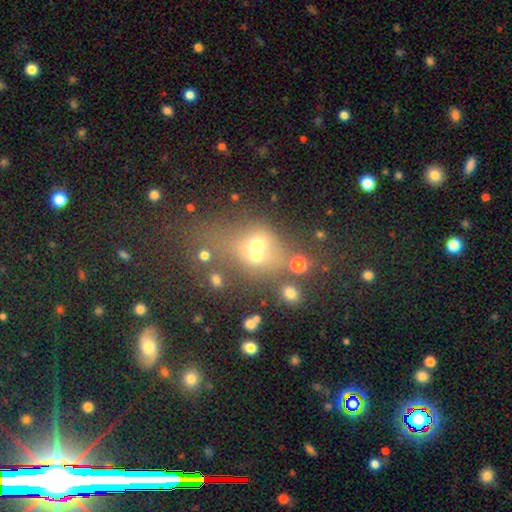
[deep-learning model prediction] smooth_or_featured: smooth (p=0.59) [alt: star or artifact p=0.23]
how_rounded: round (p=0.60) [alt: in between p=0.38]
merging: merger (p=0.52) [alt: none p=0.30]